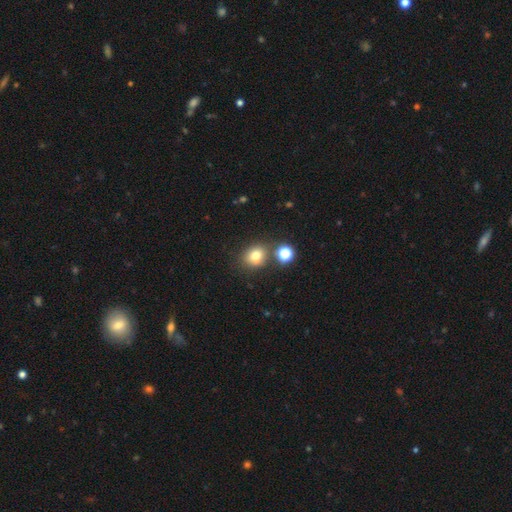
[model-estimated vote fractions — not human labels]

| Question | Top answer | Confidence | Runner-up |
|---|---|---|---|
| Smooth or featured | smooth | 76% | star or artifact (15%) |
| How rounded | round | 69% | in between (30%) |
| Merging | none | 71% | merger (13%) |